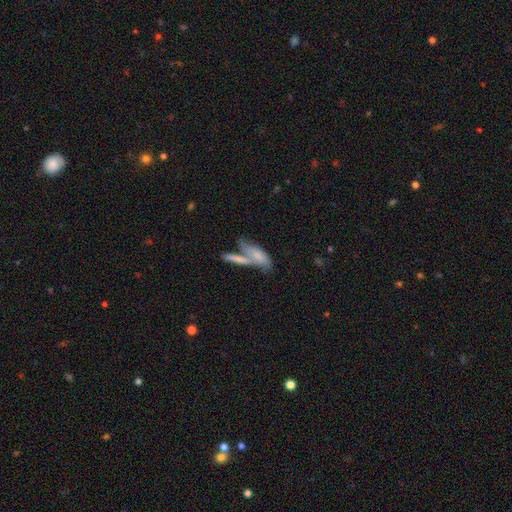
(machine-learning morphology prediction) smooth 66%, featured or disk 27%, star or artifact 8%. Down the decision tree: how rounded — in between (49%); merging — merger (55%).